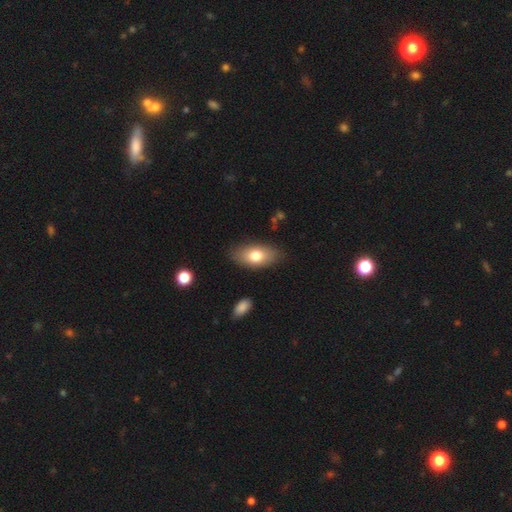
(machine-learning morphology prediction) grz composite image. It shows a smooth galaxy with no disk features (75%) that is in between round and cigar-shaped (90%). Merging: none (83%).